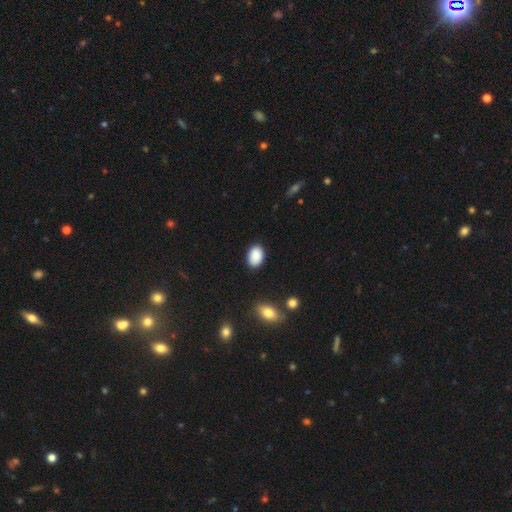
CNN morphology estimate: The model was most divided on "how rounded": in between: 86%, round: 13%, cigar-shaped: 1%. More confident: smooth or featured — smooth (89%); merging — none (86%).